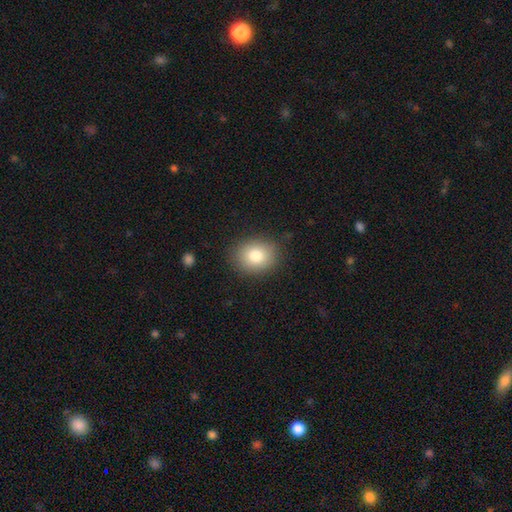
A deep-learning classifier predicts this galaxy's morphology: A smooth galaxy with no disk features (80%) that is round (59%).

Vote fractions:
- Smooth or featured? smooth: 80% / featured or disk: 10% / star or artifact: 10%
- How rounded? round: 59% / in between: 40% / cigar-shaped: 1%
- Merging? none: 86% / minor disturbance: 10% / major disturbance: 3% / merger: 1%